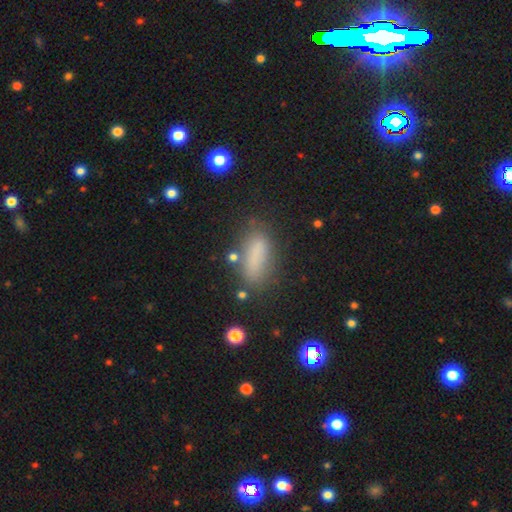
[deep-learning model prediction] Q: Smooth or featured?
A: smooth (79%); runner-up: star or artifact (11%)
Q: How rounded?
A: in between (67%); runner-up: cigar-shaped (30%)
Q: Merging?
A: none (70%); runner-up: minor disturbance (18%)